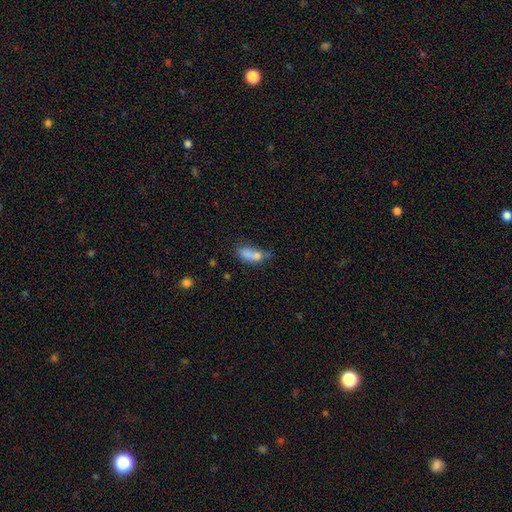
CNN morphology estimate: Overall: smooth (74%). How rounded: in between (79%). Merging: merger (31%; none 30%).